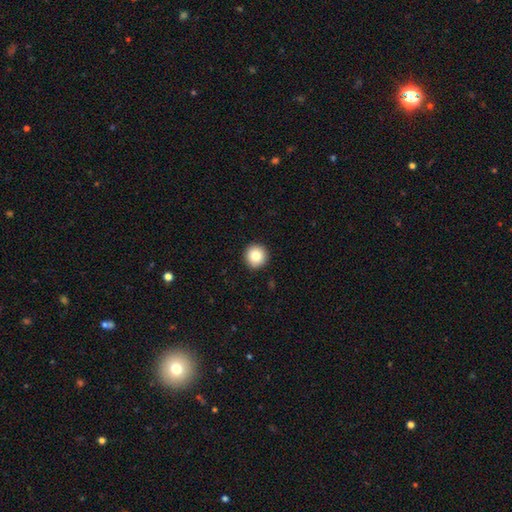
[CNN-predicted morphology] This appears to be a smooth galaxy with no disk features (84%) that is round (95%). Merging: none (93%).